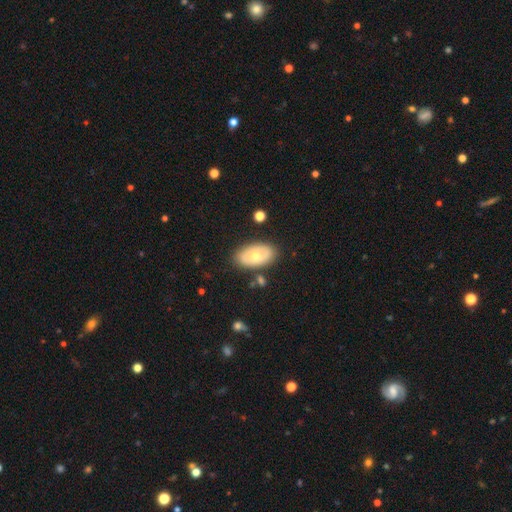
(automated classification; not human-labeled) smooth-or-featured: smooth: 51% | featured or disk: 43% | star or artifact: 6%
  how-rounded: in between: 92% | round: 7% | cigar-shaped: 2%
  merging: none: 80% | minor disturbance: 13% | merger: 4% | major disturbance: 3%